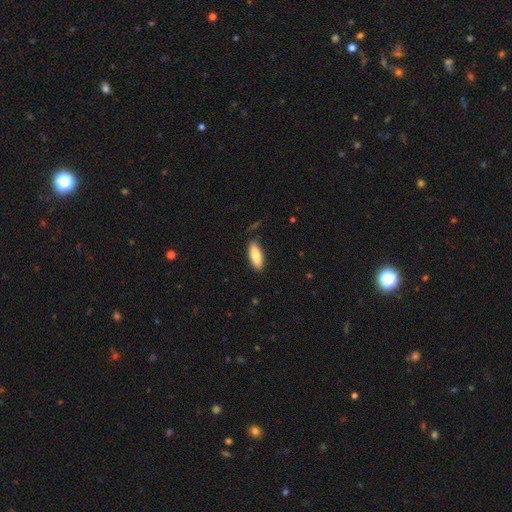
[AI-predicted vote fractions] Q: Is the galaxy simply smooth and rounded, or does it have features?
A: smooth — 84%.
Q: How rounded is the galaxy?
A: in between — 75%.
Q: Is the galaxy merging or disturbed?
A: none — 83%.